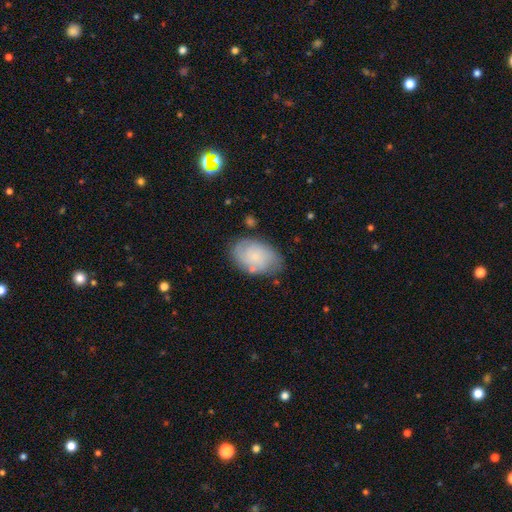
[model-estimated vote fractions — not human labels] Morphology: type=smooth (50%); merging=none (69%).